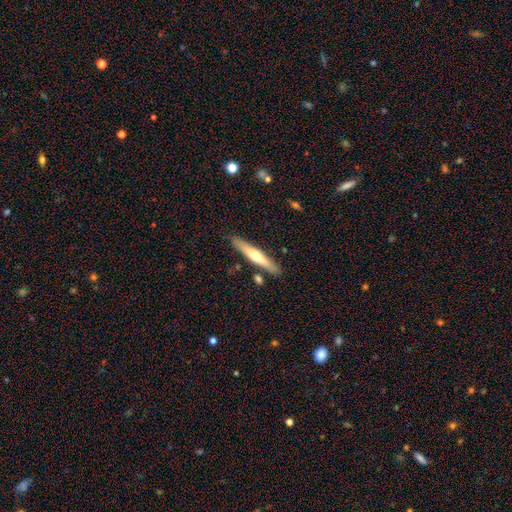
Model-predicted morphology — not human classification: Smooth or featured? featured or disk (49%)
Merging? none (86%)